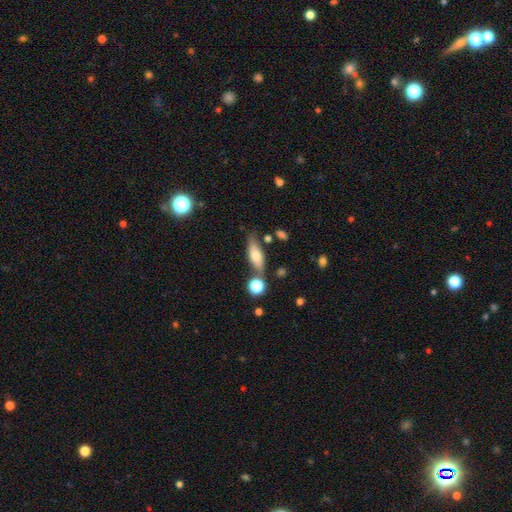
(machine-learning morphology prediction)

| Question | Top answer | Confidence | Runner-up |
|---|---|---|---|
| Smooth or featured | smooth | 65% | featured or disk (27%) |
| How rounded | in between | 62% | cigar-shaped (34%) |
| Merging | none | 68% | minor disturbance (17%) |